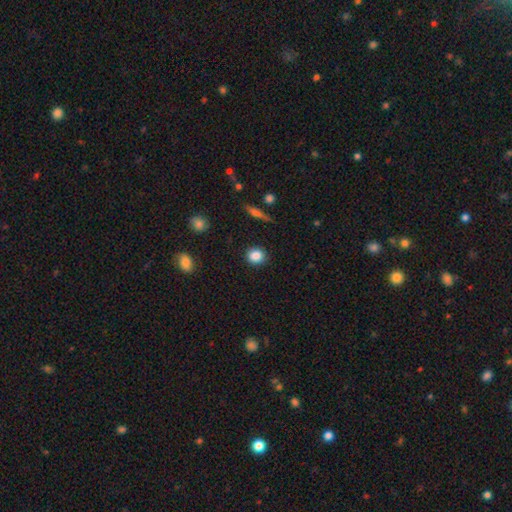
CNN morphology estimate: type=smooth (85%); roundness=round (82%); merging=none (89%).